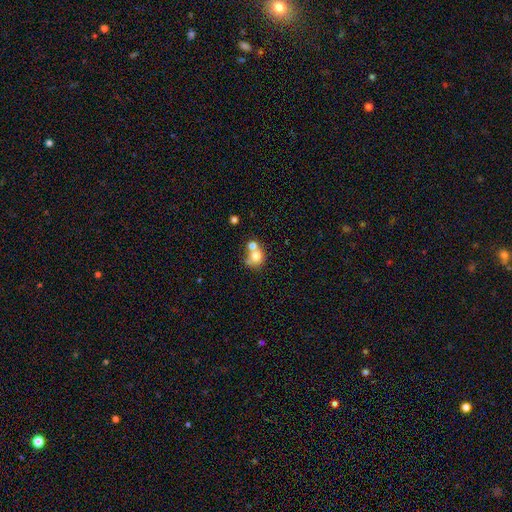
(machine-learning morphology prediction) Smooth or featured? smooth (73%)
How rounded? round (72%)
Merging? merger (50%)